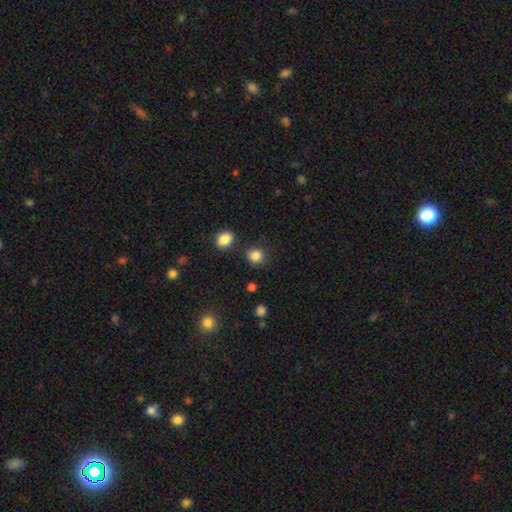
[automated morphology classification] A smooth galaxy with no disk features (85%) that is round (86%).

Vote fractions:
- Smooth or featured? smooth: 85% / star or artifact: 11% / featured or disk: 4%
- How rounded? round: 86% / in between: 13% / cigar-shaped: 1%
- Merging? none: 83% / minor disturbance: 9% / merger: 5% / major disturbance: 3%